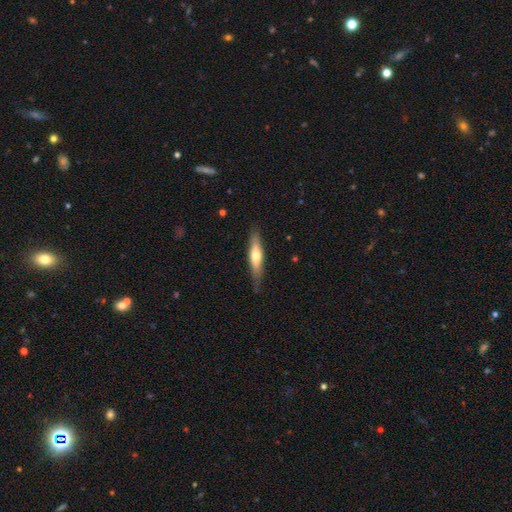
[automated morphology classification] Smooth or featured?
  - smooth: 51% *
  - featured or disk: 44%
  - star or artifact: 5%
How rounded?
  - cigar-shaped: 77% *
  - in between: 22%
  - round: 2%
Merging?
  - none: 78% *
  - minor disturbance: 18%
  - major disturbance: 3%
  - merger: 1%